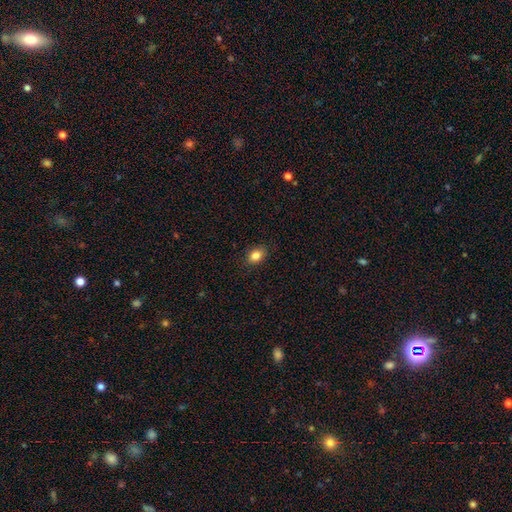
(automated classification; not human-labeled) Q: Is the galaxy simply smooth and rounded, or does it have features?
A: smooth — 84%.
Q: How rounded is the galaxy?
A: in between — 63%.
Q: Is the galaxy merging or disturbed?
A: none — 88%.